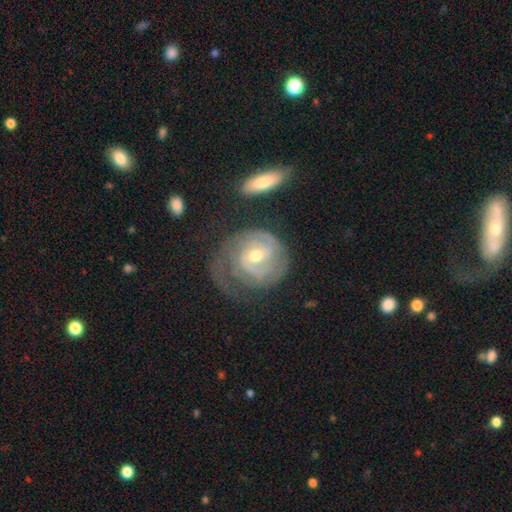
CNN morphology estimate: Smooth or featured?
  - featured or disk: 82% *
  - smooth: 13%
  - star or artifact: 5%
Edge-on disk?
  - no: 97% *
  - yes: 3%
Bar?
  - weak: 45% *
  - no: 43%
  - strong: 12%
Spiral arms?
  - yes: 92% *
  - no: 8%
Spiral winding?
  - tight: 62% *
  - medium: 28%
  - loose: 10%
Spiral arm count?
  - 2: 38% *
  - can't tell: 30%
  - 1: 14%
  - 3: 12%
  - 4: 3%
  - more than 4: 3%
Bulge size?
  - moderate: 62% *
  - small: 33%
  - large: 3%
  - none: 1%
  - dominant: 1%
Merging?
  - none: 46% *
  - major disturbance: 26%
  - minor disturbance: 23%
  - merger: 4%